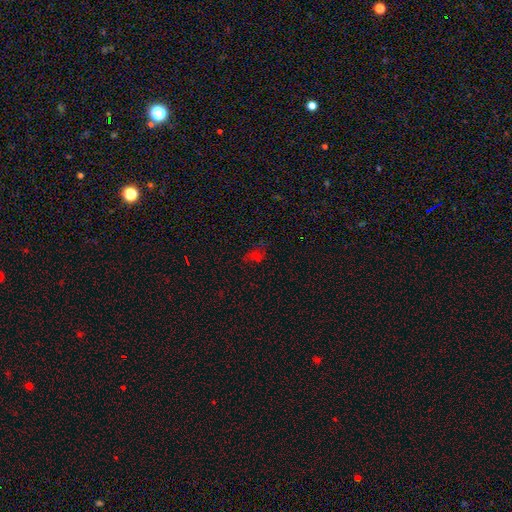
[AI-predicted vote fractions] Morphology: type=smooth (48%); merging=none (55%).